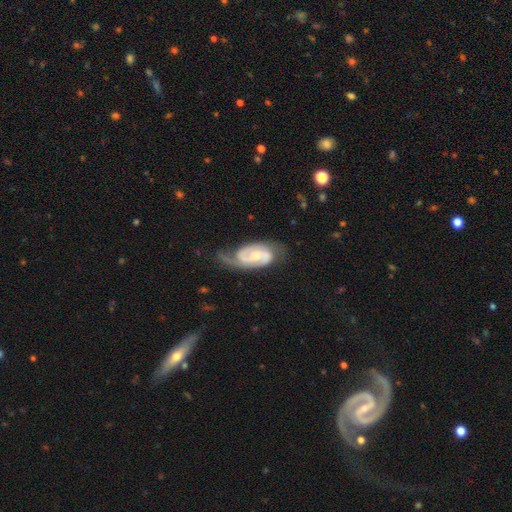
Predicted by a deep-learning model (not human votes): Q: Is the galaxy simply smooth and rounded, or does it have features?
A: featured or disk — 86%.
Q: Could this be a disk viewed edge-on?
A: no — 96%.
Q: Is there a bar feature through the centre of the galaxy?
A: weak — 45%.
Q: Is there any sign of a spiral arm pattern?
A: yes — 96%.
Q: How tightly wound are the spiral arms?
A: medium — 46%.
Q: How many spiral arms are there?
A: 2 — 83%.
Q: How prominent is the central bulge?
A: moderate — 50%.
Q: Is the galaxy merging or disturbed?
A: none — 58%.